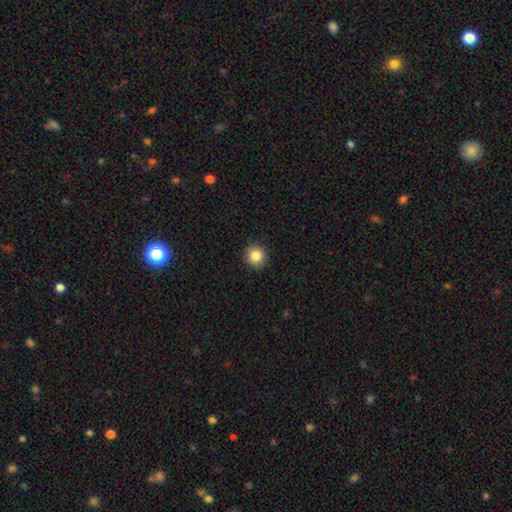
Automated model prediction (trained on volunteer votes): The model was most divided on "smooth or featured": smooth: 84%, star or artifact: 10%, featured or disk: 6%. More confident: how rounded — round (93%); merging — none (92%).